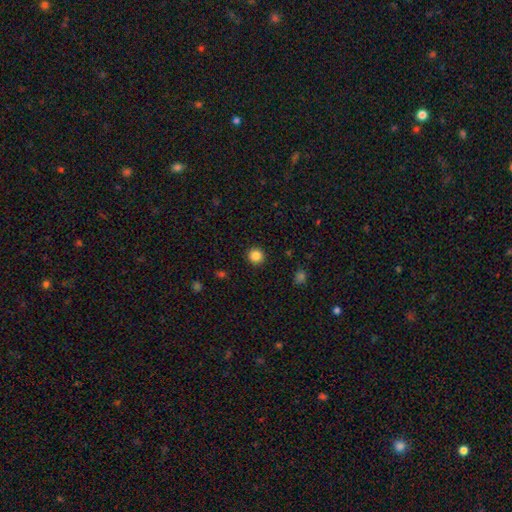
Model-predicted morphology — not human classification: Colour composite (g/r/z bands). It shows a smooth galaxy with no disk features (86%) that is round (94%). Merging: none (93%).